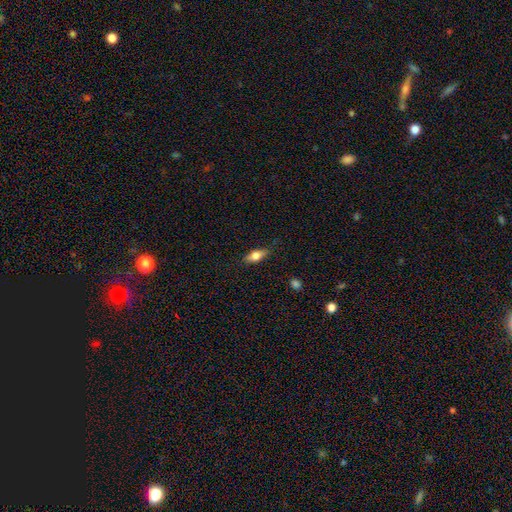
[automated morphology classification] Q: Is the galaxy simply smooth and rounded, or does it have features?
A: smooth — 70%.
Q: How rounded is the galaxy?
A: in between — 73%.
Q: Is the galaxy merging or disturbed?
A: none — 83%.